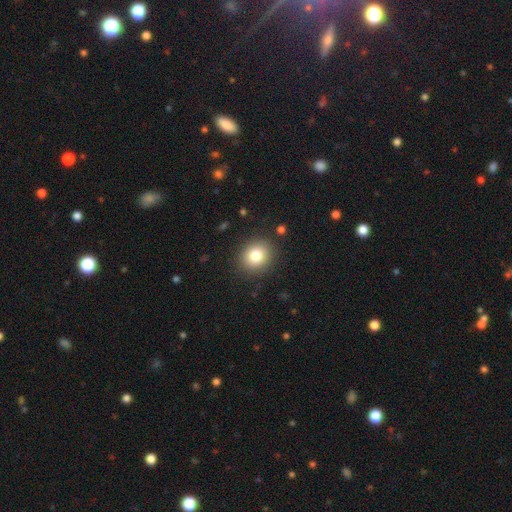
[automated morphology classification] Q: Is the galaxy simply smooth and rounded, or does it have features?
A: smooth — 82%.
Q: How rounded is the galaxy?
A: round — 70%.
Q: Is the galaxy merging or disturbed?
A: none — 88%.